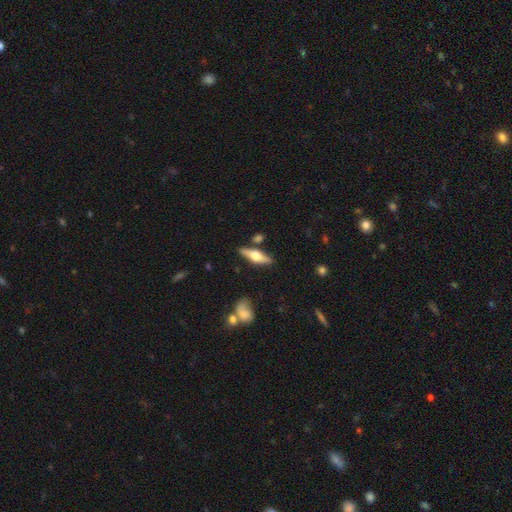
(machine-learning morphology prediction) smooth-or-featured: featured or disk: 61% | smooth: 33% | star or artifact: 6%
  disk-edge-on: yes: 94% | no: 6%
    edge-on-bulge: rounded: 93% | boxy: 5% | none: 2%
  merging: none: 81% | minor disturbance: 11% | merger: 5% | major disturbance: 3%